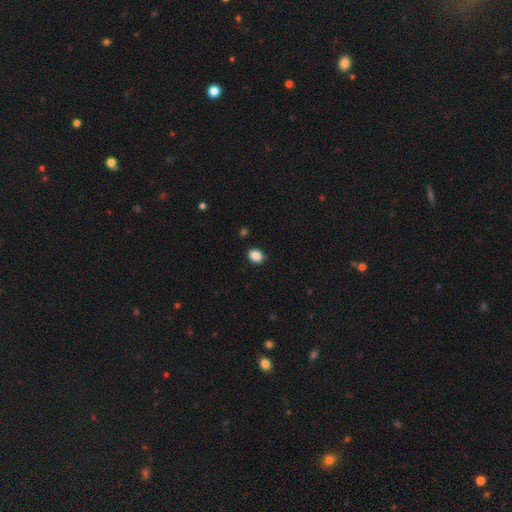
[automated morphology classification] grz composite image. It shows a smooth galaxy with no disk features (88%) that is in between round and cigar-shaped (59%). Merging: none (88%).